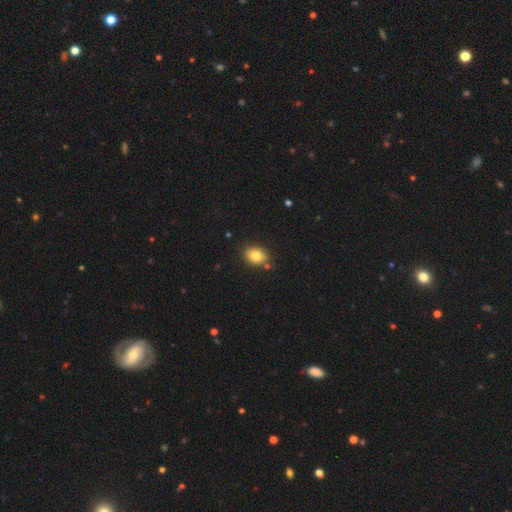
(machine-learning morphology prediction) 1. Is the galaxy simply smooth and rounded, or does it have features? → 81% smooth, 10% star or artifact, 9% featured or disk.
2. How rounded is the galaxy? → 60% in between, 39% round, 1% cigar-shaped.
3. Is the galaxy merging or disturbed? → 81% none, 12% minor disturbance, 5% merger, 3% major disturbance.